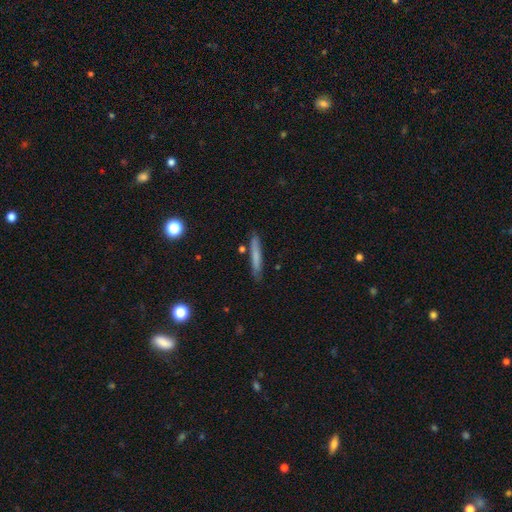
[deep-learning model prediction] Smooth or featured? Predicted: smooth (p=0.71). How rounded? Predicted: cigar-shaped (p=0.94). Merging? Predicted: none (p=0.85).